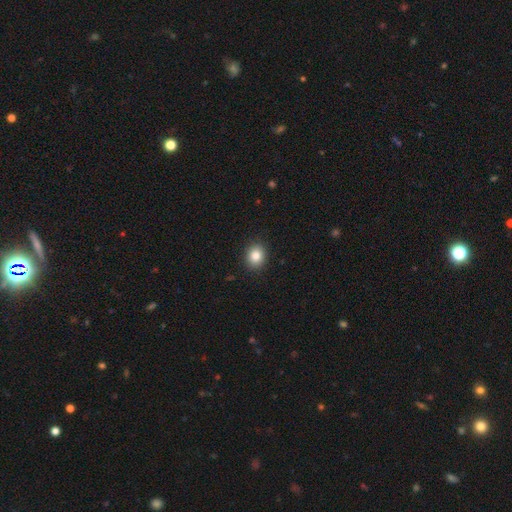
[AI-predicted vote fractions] smooth 84%, star or artifact 10%, featured or disk 6%. Down the decision tree: how rounded — round (62%); merging — none (90%).